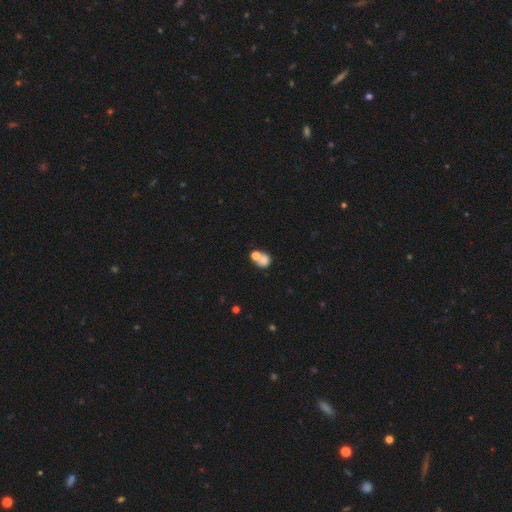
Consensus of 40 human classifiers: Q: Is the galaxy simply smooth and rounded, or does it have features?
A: smooth — 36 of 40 (90%).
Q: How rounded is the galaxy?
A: round — 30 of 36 (83%).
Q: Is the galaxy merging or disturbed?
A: merger — 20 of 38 (53%).